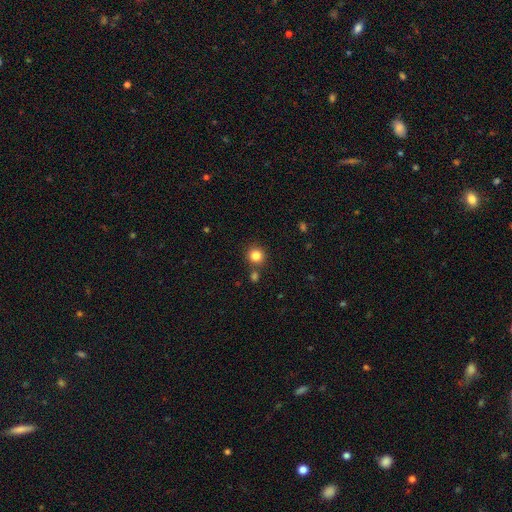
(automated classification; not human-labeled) smooth-or-featured: smooth: 84% | star or artifact: 11% | featured or disk: 5%
  how-rounded: round: 92% | in between: 7% | cigar-shaped: 1%
  merging: none: 80% | merger: 10% | minor disturbance: 8% | major disturbance: 3%